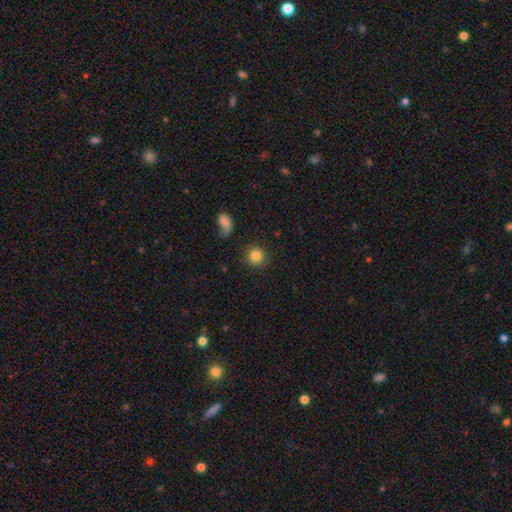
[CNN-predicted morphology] smooth-or-featured: smooth: 83% | star or artifact: 10% | featured or disk: 7%
  how-rounded: round: 92% | in between: 7% | cigar-shaped: 1%
  merging: none: 87% | minor disturbance: 7% | major disturbance: 4% | merger: 2%